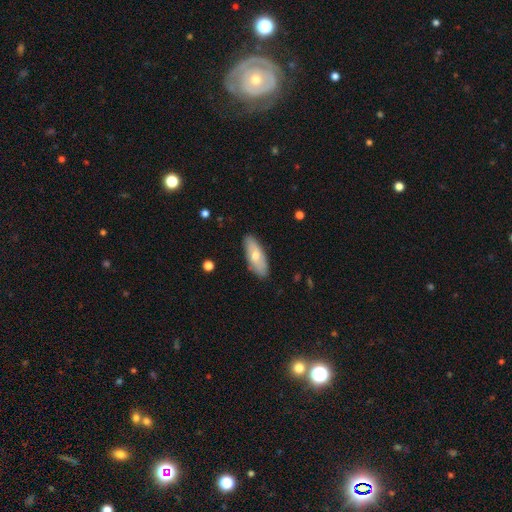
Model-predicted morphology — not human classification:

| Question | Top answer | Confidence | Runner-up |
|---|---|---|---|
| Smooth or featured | smooth | 65% | featured or disk (30%) |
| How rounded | in between | 76% | cigar-shaped (21%) |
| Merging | none | 84% | minor disturbance (12%) |